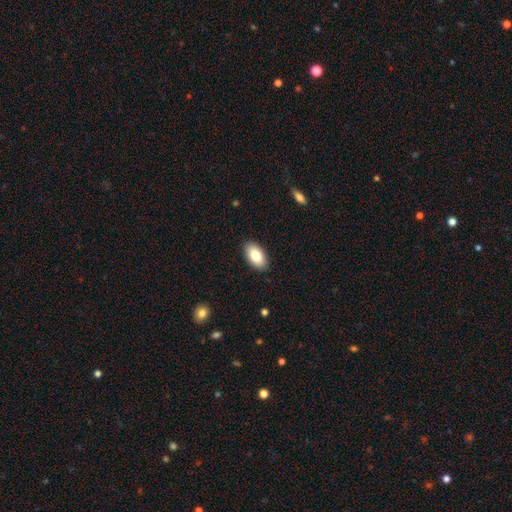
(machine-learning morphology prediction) Smooth or featured: smooth — 83% (featured or disk — 10%)
How rounded: in between — 94% (round — 3%)
Merging: none — 89% (minor disturbance — 8%)